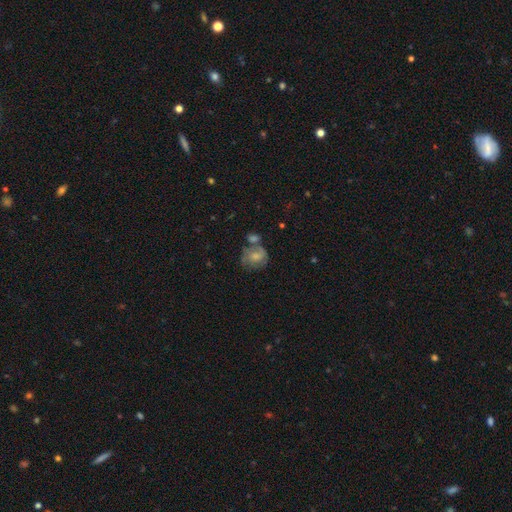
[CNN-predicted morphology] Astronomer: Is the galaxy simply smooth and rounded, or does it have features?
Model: smooth — 60%.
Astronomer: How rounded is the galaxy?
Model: round — 61% (runner-up: in between, 38%).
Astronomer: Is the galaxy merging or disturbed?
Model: none — 38% (runner-up: merger, 27%).